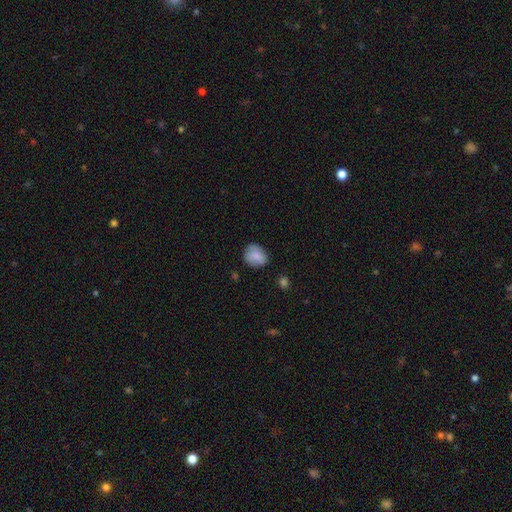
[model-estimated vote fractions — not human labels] A smooth galaxy with no disk features (83%) that is round (61%).

Vote fractions:
- Smooth or featured? smooth: 83% / featured or disk: 10% / star or artifact: 7%
- How rounded? round: 61% / in between: 38% / cigar-shaped: 1%
- Merging? none: 75% / minor disturbance: 20% / major disturbance: 4% / merger: 2%